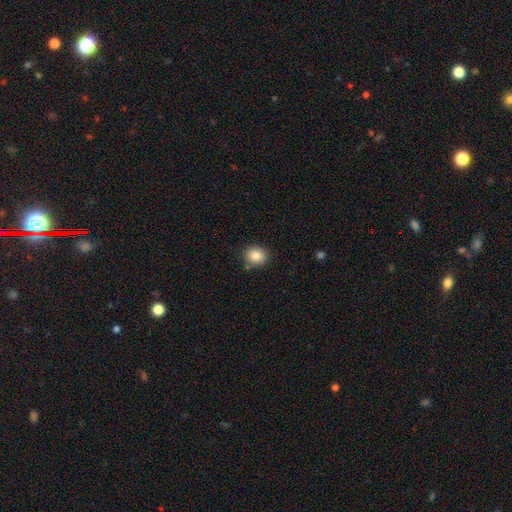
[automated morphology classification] Smooth or featured? Predicted: smooth (p=0.84). How rounded? Predicted: round (p=0.78). Merging? Predicted: none (p=0.85).